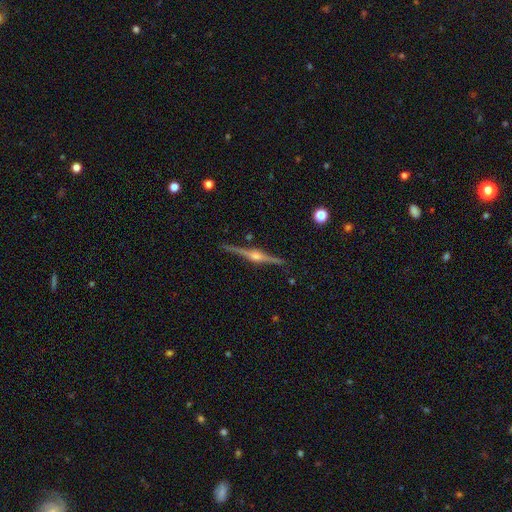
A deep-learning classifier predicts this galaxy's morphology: A featured or disk galaxy (89%) viewed edge-on (99%) with a rounded central bulge (91%). Merging: none (91%).